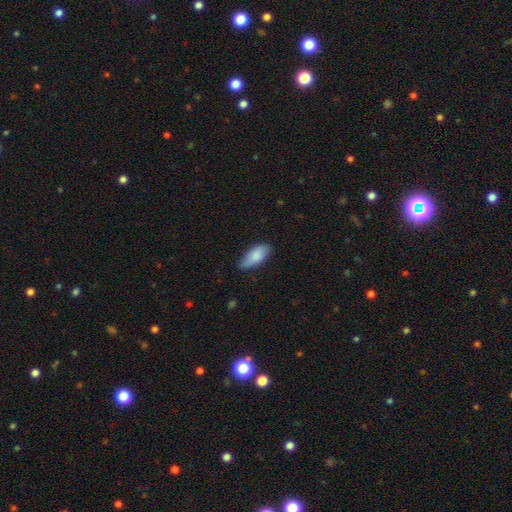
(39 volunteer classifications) This is clearly a smooth galaxy (82%). How rounded: clearly in between (84%). Merging: possibly none (53%).